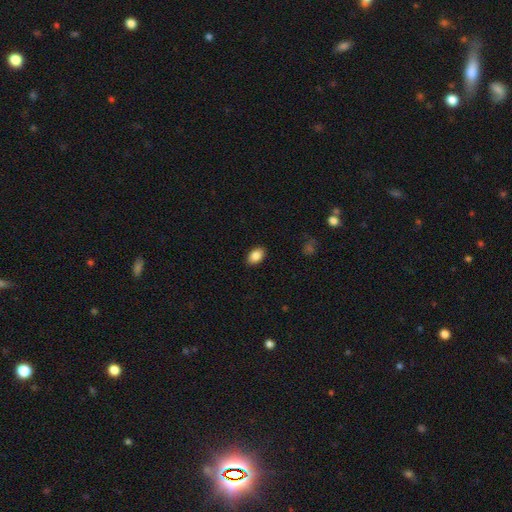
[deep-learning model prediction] Q: Smooth or featured?
A: smooth (87%); runner-up: star or artifact (8%)
Q: How rounded?
A: in between (88%); runner-up: round (11%)
Q: Merging?
A: none (88%); runner-up: minor disturbance (9%)